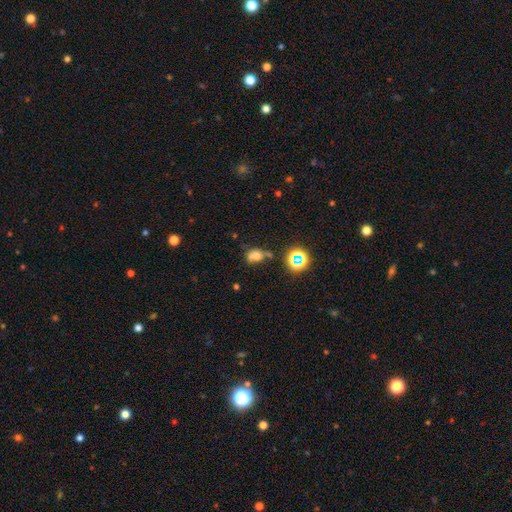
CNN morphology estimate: Smooth or featured?
  - smooth: 59% *
  - star or artifact: 24%
  - featured or disk: 17%
How rounded?
  - in between: 59% *
  - round: 39%
  - cigar-shaped: 2%
Merging?
  - none: 42% *
  - minor disturbance: 26%
  - merger: 18%
  - major disturbance: 14%